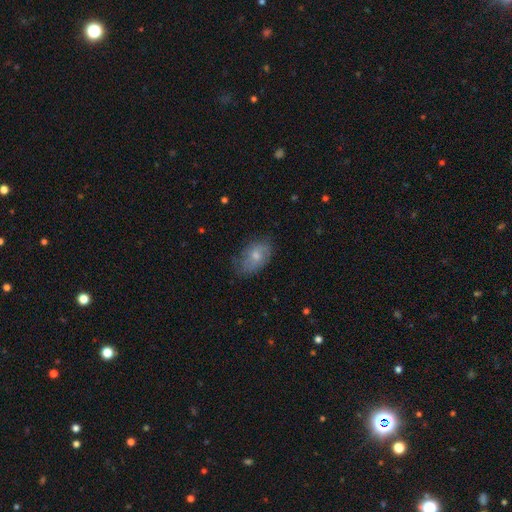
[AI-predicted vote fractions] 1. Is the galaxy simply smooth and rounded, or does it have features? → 56% smooth, 37% featured or disk, 8% star or artifact.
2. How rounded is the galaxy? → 87% in between, 11% round, 2% cigar-shaped.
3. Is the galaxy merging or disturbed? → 64% none, 27% minor disturbance, 8% major disturbance, 1% merger.